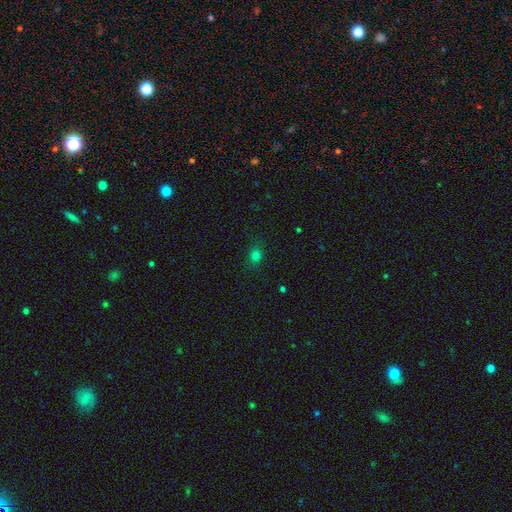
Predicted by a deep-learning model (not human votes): Morphology: type=smooth (76%); roundness=round (61%); merging=none (85%).